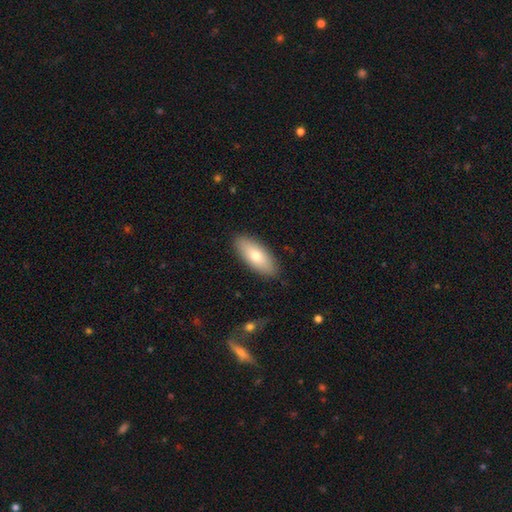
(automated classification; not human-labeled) Overall: smooth (75%). How rounded: in between (80%). Merging: none (88%).